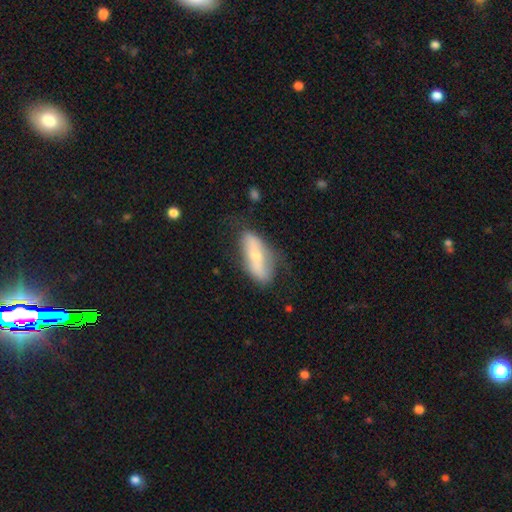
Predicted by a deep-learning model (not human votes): Overall: featured or disk (49%; smooth 45%). Merging: none (64%; minor disturbance 24%).